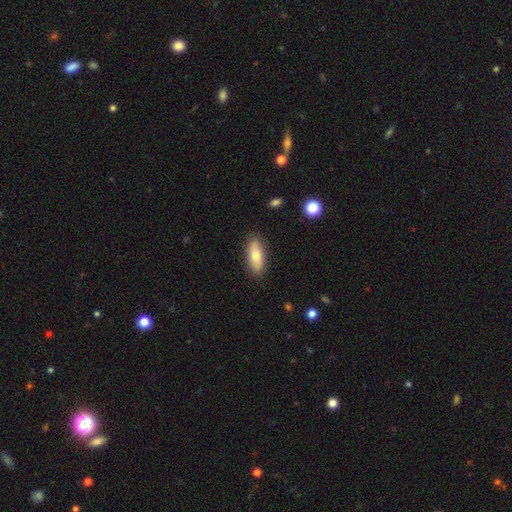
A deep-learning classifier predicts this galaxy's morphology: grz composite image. It shows a smooth galaxy with no disk features (71%) that is in between round and cigar-shaped (79%). Merging: none (86%).